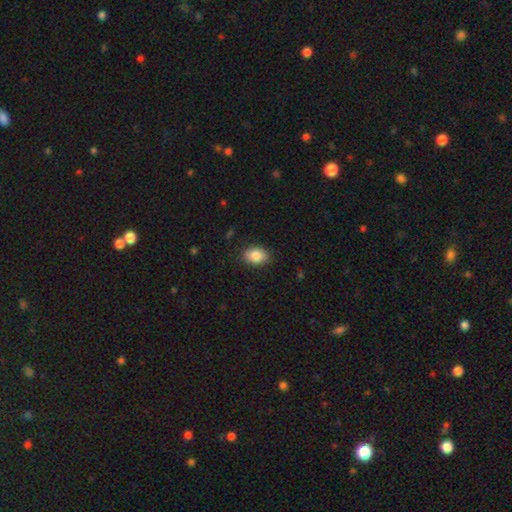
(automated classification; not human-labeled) Q: Smooth or featured?
A: smooth (87%); runner-up: star or artifact (7%)
Q: How rounded?
A: in between (82%); runner-up: round (17%)
Q: Merging?
A: none (87%); runner-up: minor disturbance (10%)